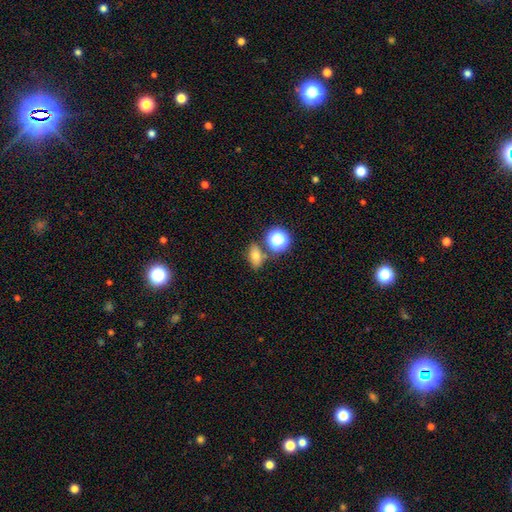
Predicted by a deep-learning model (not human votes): smooth-or-featured: smooth: 71% | star or artifact: 17% | featured or disk: 12%
  how-rounded: in between: 71% | round: 24% | cigar-shaped: 5%
  merging: none: 72% | merger: 13% | minor disturbance: 12% | major disturbance: 4%